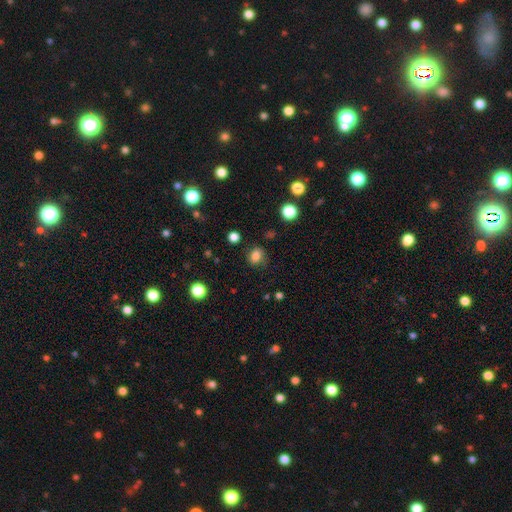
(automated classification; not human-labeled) smooth 80%, star or artifact 13%, featured or disk 7%. Down the decision tree: how rounded — round (56%); merging — none (75%).